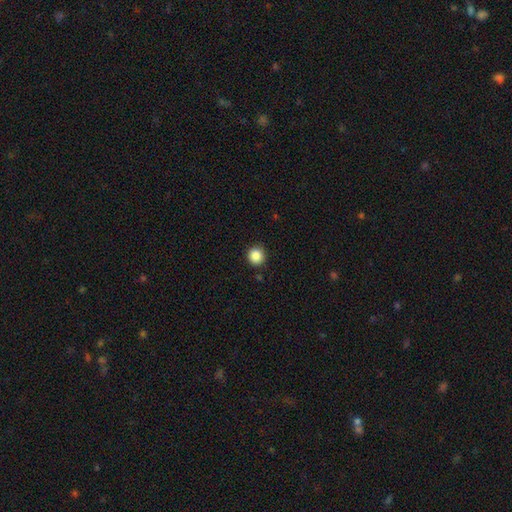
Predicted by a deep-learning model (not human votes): Morphology: type=smooth (87%); roundness=round (93%); merging=none (91%).